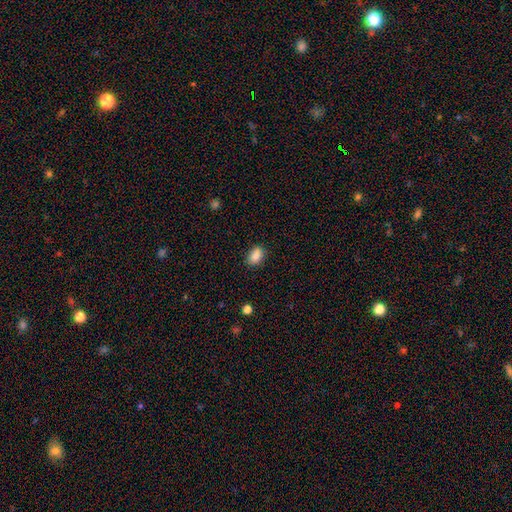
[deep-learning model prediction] Smooth or featured: smooth — 87% (star or artifact — 8%)
How rounded: in between — 82% (round — 17%)
Merging: none — 86% (minor disturbance — 10%)